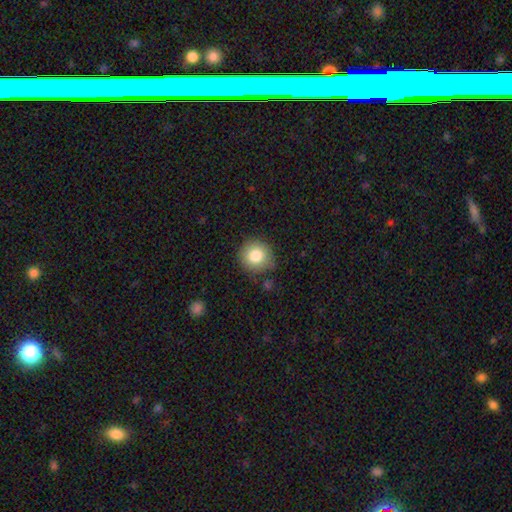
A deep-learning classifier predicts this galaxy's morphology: smooth_or_featured: smooth (p=0.82) [alt: star or artifact p=0.10]
how_rounded: round (p=0.91) [alt: in between p=0.08]
merging: none (p=0.81) [alt: minor disturbance p=0.14]